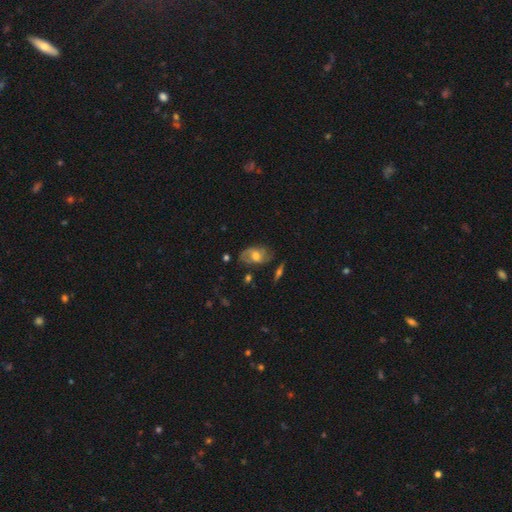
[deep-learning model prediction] Overall: featured or disk (57%; smooth 34%). Edge-on disk: no (92%). Bar: no (57%; weak 35%). Spiral arms: yes (76%). Bulge size: moderate (67%). Merging: none (67%).